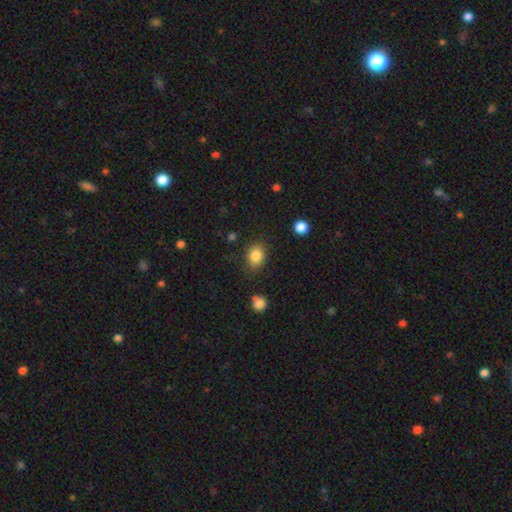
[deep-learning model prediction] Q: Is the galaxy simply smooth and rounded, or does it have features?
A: smooth — 85%.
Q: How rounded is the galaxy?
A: in between — 55%.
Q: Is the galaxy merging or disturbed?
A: none — 80%.